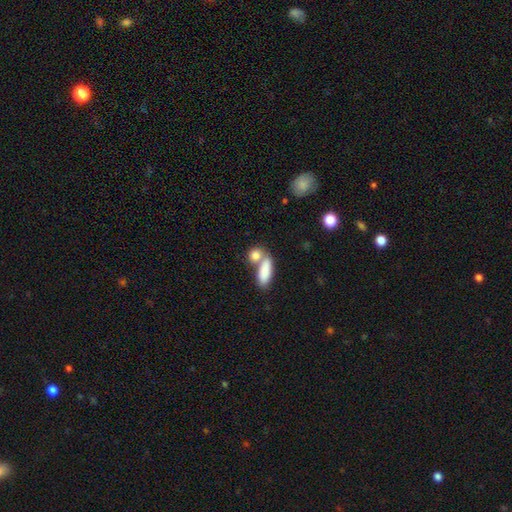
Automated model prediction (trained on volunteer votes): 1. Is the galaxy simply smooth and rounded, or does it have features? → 84% smooth, 9% featured or disk, 7% star or artifact.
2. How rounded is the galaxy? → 64% in between, 22% round, 14% cigar-shaped.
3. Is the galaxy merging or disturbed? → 48% merger, 40% none, 8% minor disturbance, 4% major disturbance.